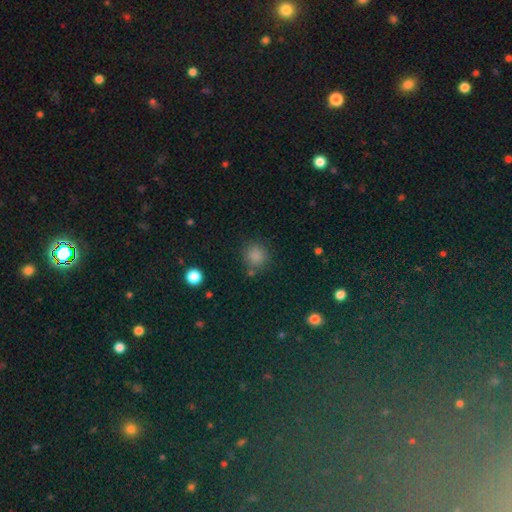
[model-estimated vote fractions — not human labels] Smooth or featured? smooth (82%)
How rounded? round (90%)
Merging? none (78%)